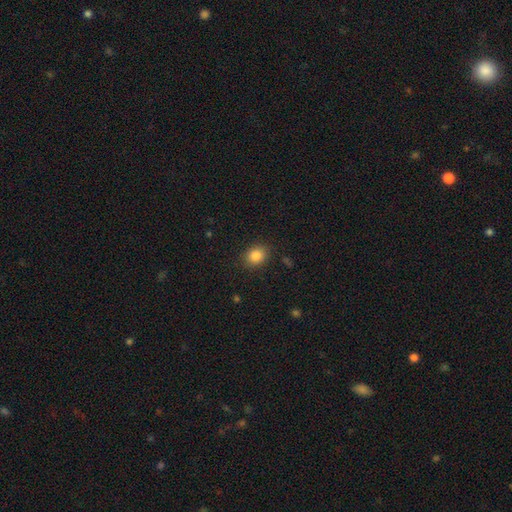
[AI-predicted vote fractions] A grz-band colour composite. It shows a smooth galaxy with no disk features (85%) that is round (54%). Merging: none (87%).